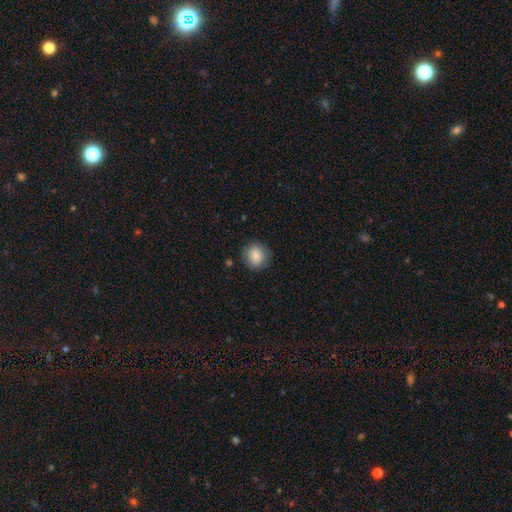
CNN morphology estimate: A smooth galaxy with no disk features (83%) that is round (87%). Merging: none (86%).